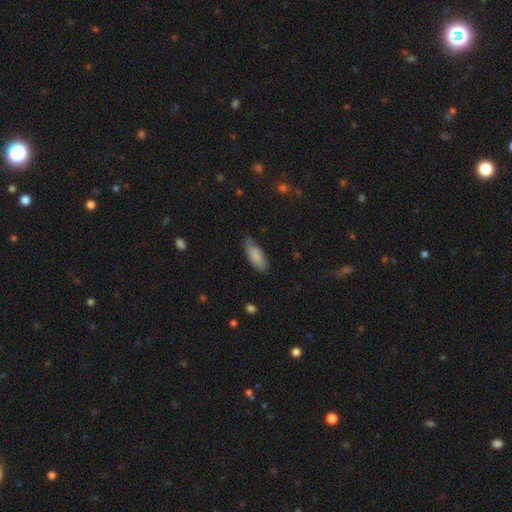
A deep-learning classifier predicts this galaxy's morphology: Smooth or featured?
  - smooth: 84% *
  - featured or disk: 10%
  - star or artifact: 6%
How rounded?
  - in between: 74% *
  - cigar-shaped: 25%
  - round: 2%
Merging?
  - none: 73% *
  - minor disturbance: 22%
  - major disturbance: 3%
  - merger: 1%